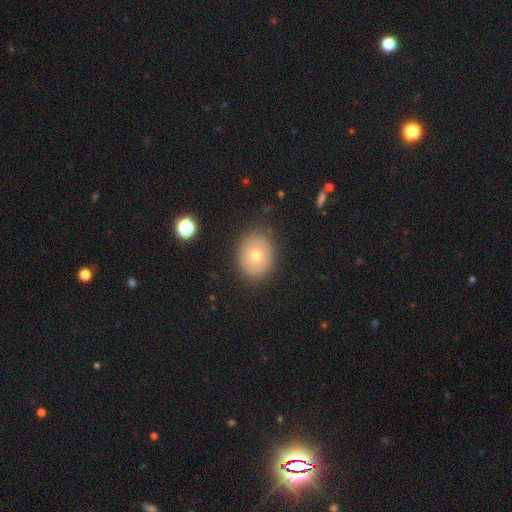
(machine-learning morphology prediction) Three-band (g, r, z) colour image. It shows a smooth galaxy with no disk features (66%) that is round (59%). Merging: none (86%).